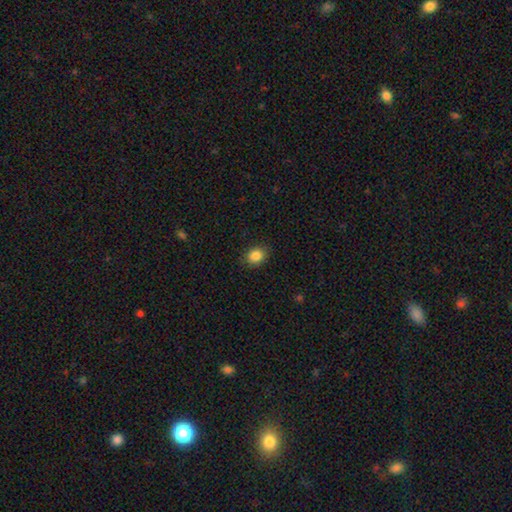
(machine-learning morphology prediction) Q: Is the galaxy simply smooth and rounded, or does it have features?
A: smooth — 86%.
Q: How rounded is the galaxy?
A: round — 53%.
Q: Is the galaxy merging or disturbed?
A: none — 88%.